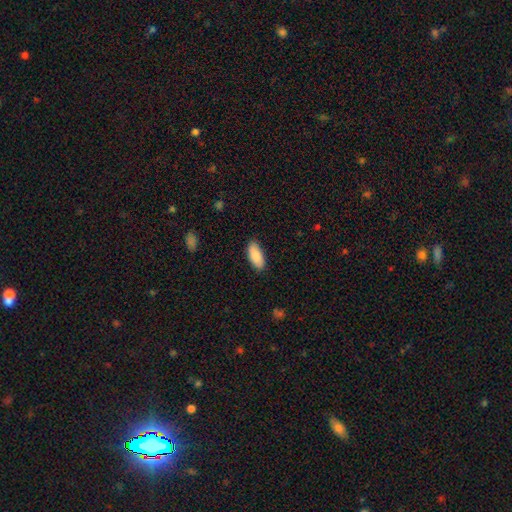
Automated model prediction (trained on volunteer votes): This is clearly a smooth galaxy (87%). How rounded: clearly in between (86%). Merging: clearly none (86%).